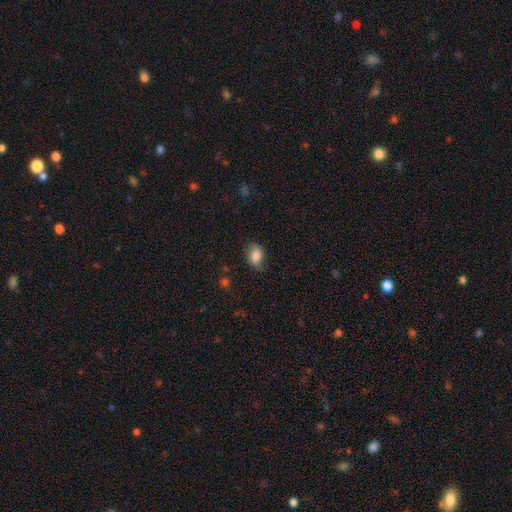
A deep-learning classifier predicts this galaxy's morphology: A smooth galaxy with no disk features (81%) that is in between round and cigar-shaped (83%). Merging: none (67%).